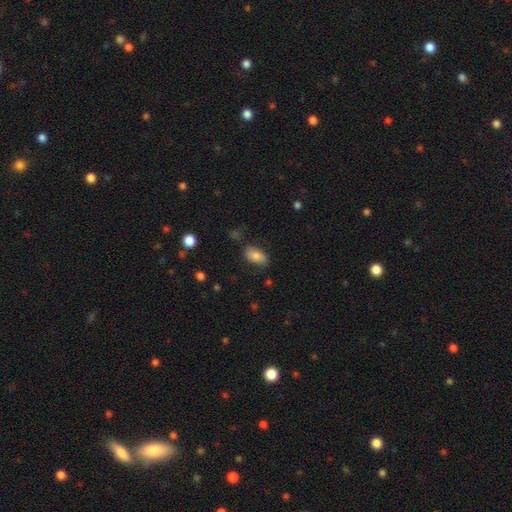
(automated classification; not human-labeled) Smooth or featured? Predicted: smooth (p=0.79). How rounded? Predicted: in between (p=0.92). Merging? Predicted: none (p=0.74).